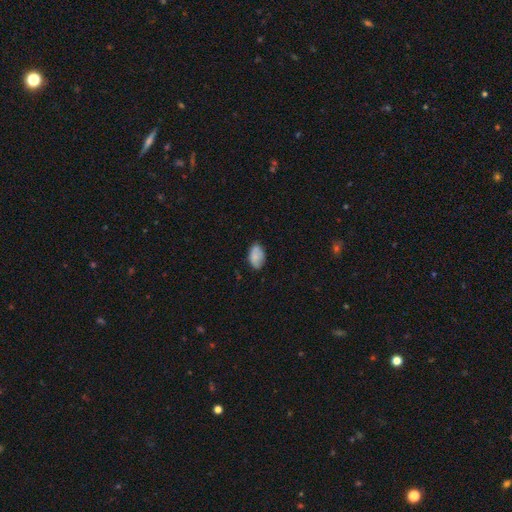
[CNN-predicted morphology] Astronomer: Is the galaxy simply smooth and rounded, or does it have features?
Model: smooth — 82%.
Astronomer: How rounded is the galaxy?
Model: in between — 92%.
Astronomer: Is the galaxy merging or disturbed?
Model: none — 71%.